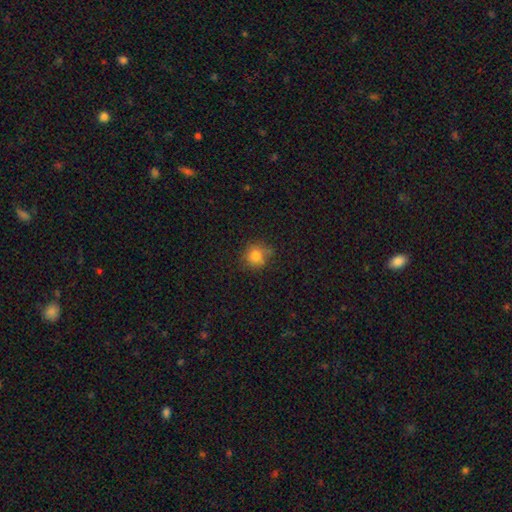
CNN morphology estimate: Smooth or featured: smooth — 80% (star or artifact — 12%)
How rounded: round — 82% (in between — 17%)
Merging: none — 69% (minor disturbance — 22%)